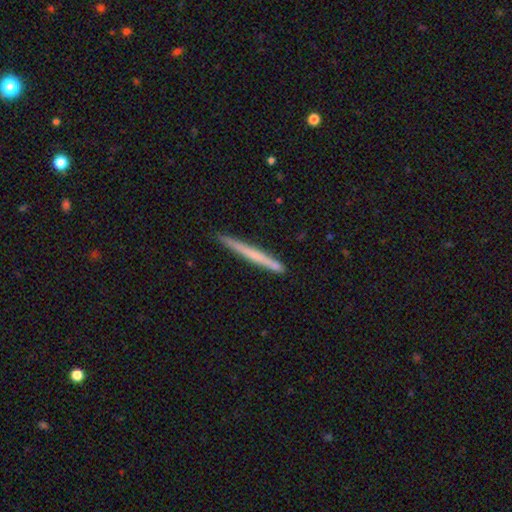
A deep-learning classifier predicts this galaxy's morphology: A smooth galaxy with no disk features (56%) that is cigar-shaped (97%). Merging: none (89%).